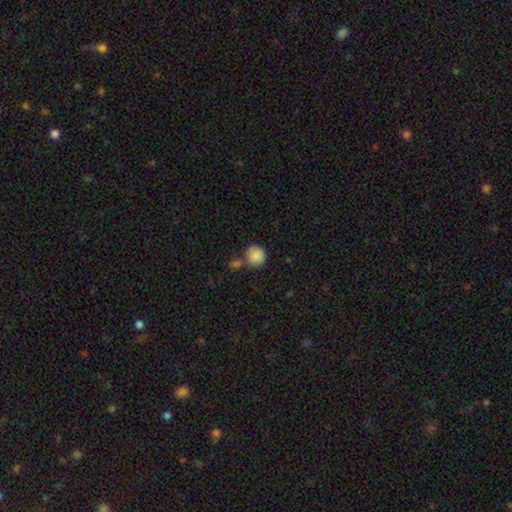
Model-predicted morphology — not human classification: Smooth or featured? Predicted: smooth (p=0.87). How rounded? Predicted: round (p=0.91). Merging? Predicted: none (p=0.64).